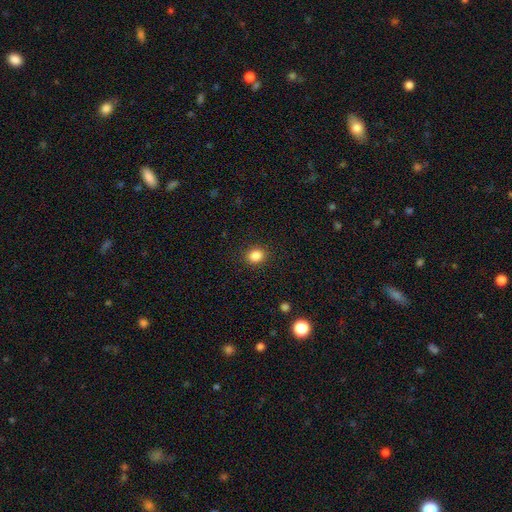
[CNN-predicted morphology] This is clearly a smooth galaxy (86%). How rounded: likely round (67%). Merging: clearly none (90%).